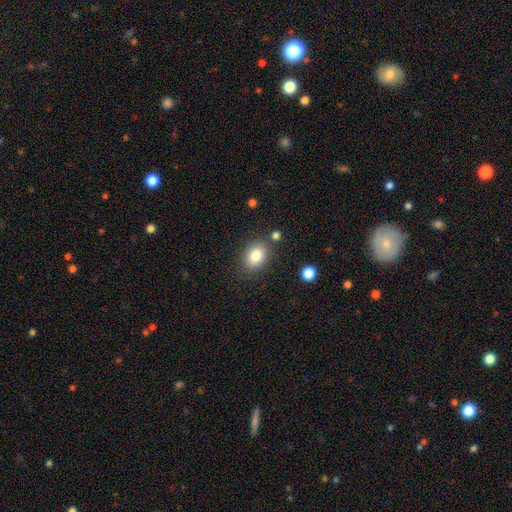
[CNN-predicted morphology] This appears to be a smooth galaxy with no disk features (84%) that is in between round and cigar-shaped (72%). Merging: none (81%).